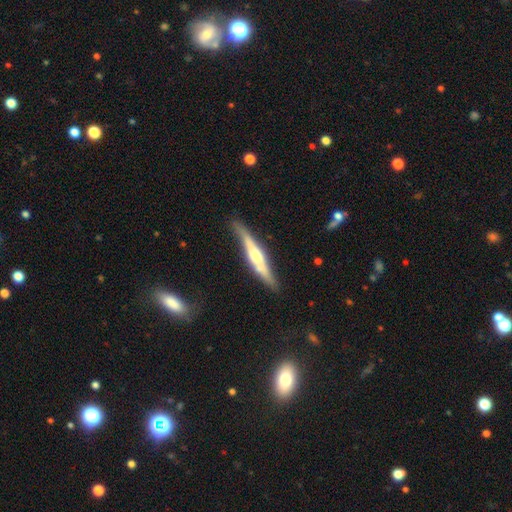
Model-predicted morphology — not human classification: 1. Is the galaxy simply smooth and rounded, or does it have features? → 63% featured or disk, 32% smooth, 5% star or artifact.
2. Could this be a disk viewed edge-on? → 95% yes, 5% no.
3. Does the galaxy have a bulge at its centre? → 73% rounded, 16% boxy, 11% none.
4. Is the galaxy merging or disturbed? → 81% none, 14% minor disturbance, 3% major disturbance, 3% merger.